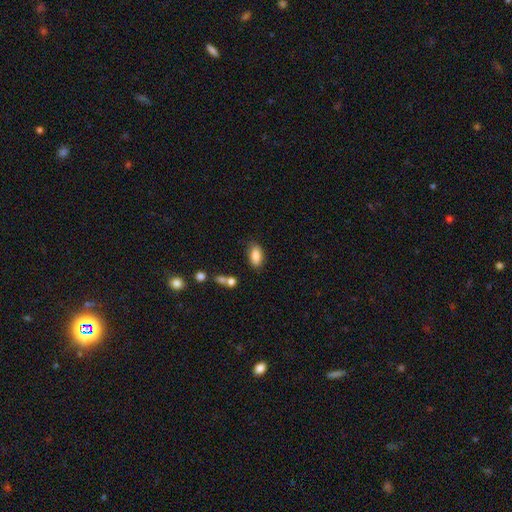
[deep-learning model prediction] A smooth galaxy with no disk features (82%) that is in between round and cigar-shaped (87%). Merging: none (79%).